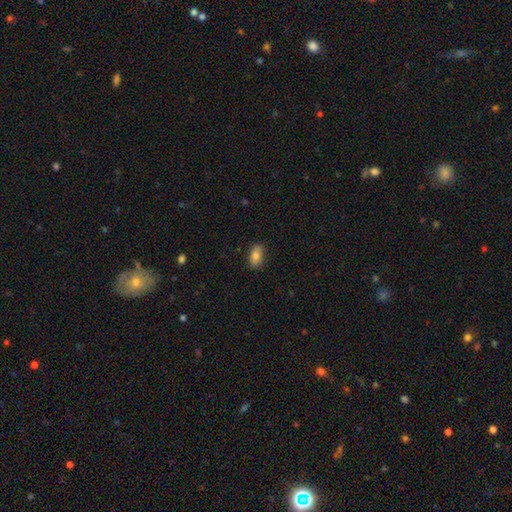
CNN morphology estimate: A smooth galaxy with no disk features (81%) that is in between round and cigar-shaped (89%). Merging: none (84%).